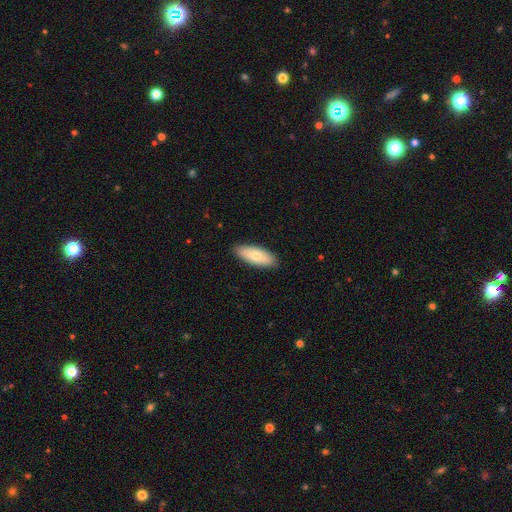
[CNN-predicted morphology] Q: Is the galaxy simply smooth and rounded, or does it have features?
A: smooth — 77%.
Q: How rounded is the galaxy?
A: in between — 77%.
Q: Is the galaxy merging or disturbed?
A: none — 88%.